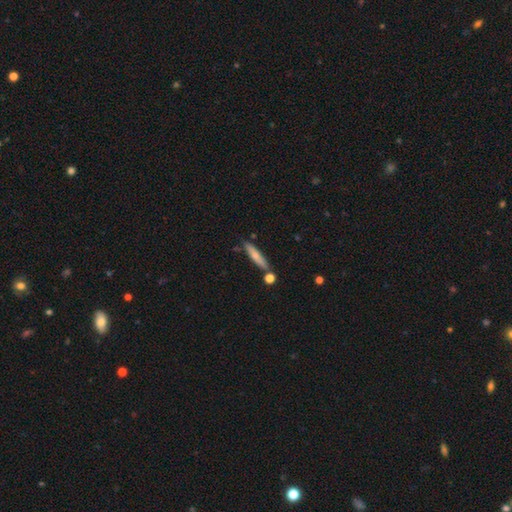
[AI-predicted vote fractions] A smooth galaxy with no disk features (67%) that is cigar-shaped (88%).

Vote fractions:
- Smooth or featured? smooth: 67% / featured or disk: 27% / star or artifact: 6%
- How rounded? cigar-shaped: 88% / in between: 10% / round: 2%
- Merging? none: 77% / minor disturbance: 13% / merger: 8% / major disturbance: 3%